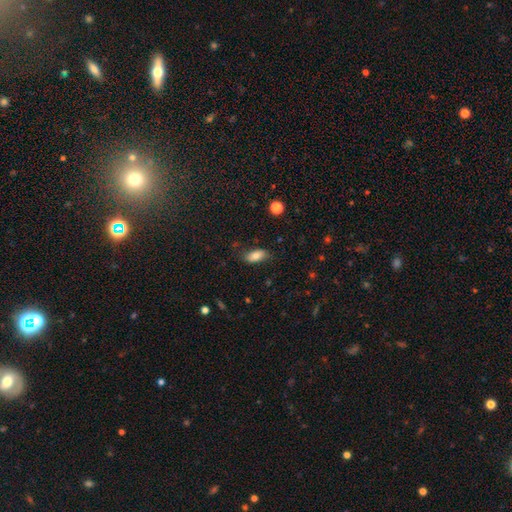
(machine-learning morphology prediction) This appears to be a smooth galaxy with no disk features (81%) that is in between round and cigar-shaped (88%). Merging: none (77%).